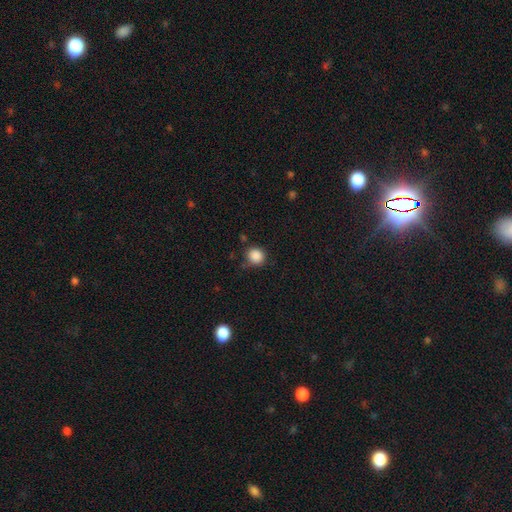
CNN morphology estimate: Smooth or featured?
  - smooth: 87% *
  - star or artifact: 10%
  - featured or disk: 3%
How rounded?
  - round: 85% *
  - in between: 14%
  - cigar-shaped: 1%
Merging?
  - none: 77% *
  - minor disturbance: 16%
  - major disturbance: 4%
  - merger: 3%